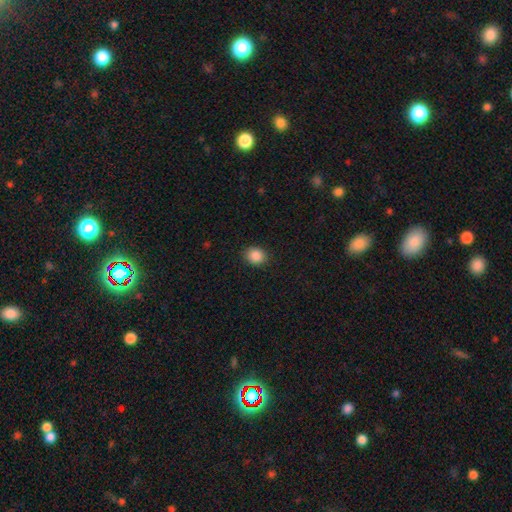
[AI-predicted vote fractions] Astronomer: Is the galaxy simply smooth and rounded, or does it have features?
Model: smooth — 88%.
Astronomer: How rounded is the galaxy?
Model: round — 66%.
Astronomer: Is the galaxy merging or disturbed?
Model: none — 89%.